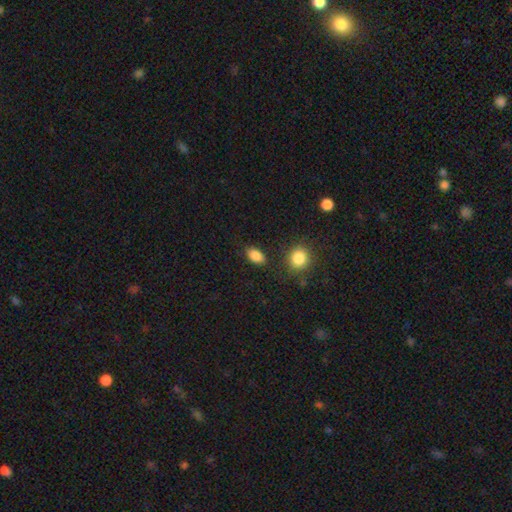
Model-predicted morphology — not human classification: Q: Smooth or featured?
A: smooth (87%); runner-up: star or artifact (9%)
Q: How rounded?
A: in between (88%); runner-up: round (10%)
Q: Merging?
A: none (81%); runner-up: minor disturbance (12%)